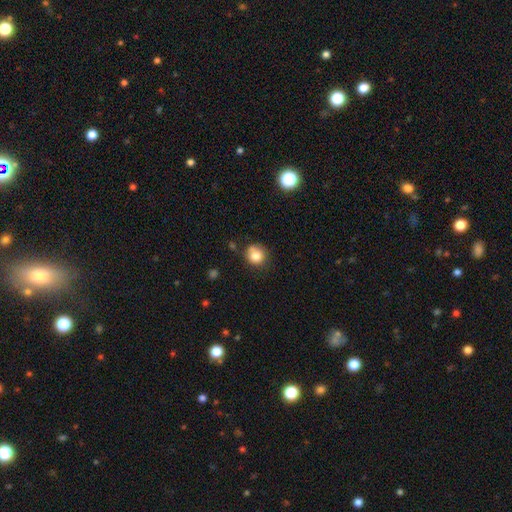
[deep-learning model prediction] Overall: smooth (81%). How rounded: round (87%). Merging: none (68%).